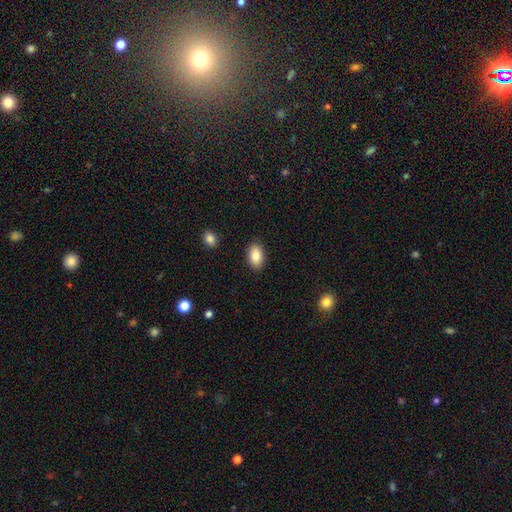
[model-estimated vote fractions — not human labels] smooth 87%, star or artifact 7%, featured or disk 6%. Down the decision tree: how rounded — in between (92%); merging — none (89%).